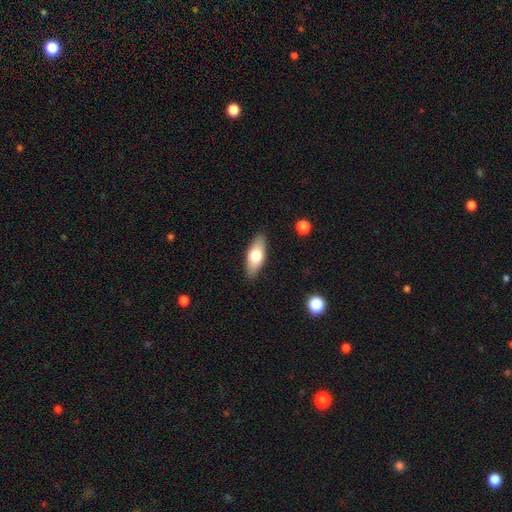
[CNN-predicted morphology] smooth 68%, featured or disk 26%, star or artifact 6%. Down the decision tree: how rounded — in between (79%); merging — none (87%).